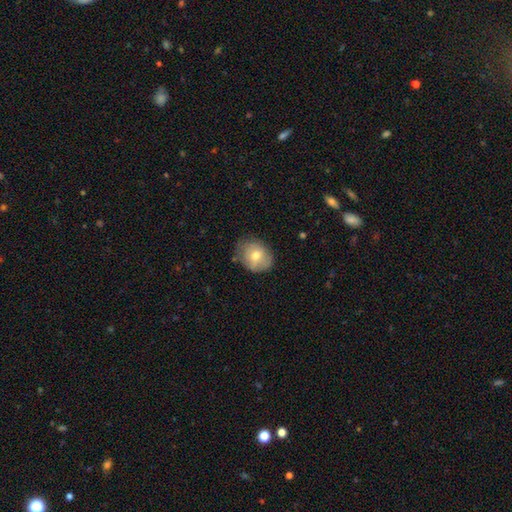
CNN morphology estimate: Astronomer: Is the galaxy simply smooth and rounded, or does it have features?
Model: smooth — 66%.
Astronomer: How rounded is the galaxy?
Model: round — 54% (runner-up: in between, 46%).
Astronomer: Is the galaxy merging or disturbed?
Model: none — 69%.